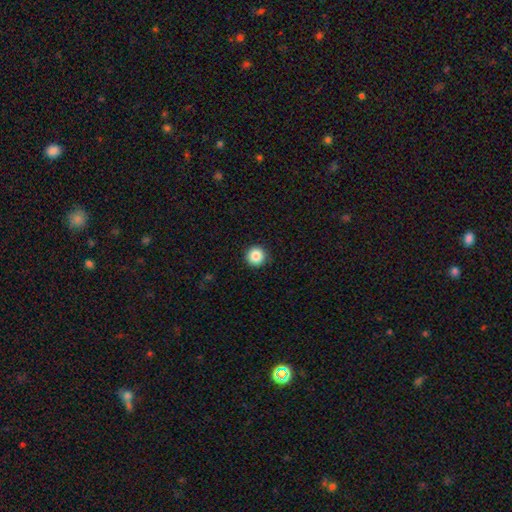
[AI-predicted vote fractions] A smooth galaxy with no disk features (86%) that is round (96%).

Vote fractions:
- Smooth or featured? smooth: 86% / star or artifact: 10% / featured or disk: 4%
- How rounded? round: 96% / in between: 3% / cigar-shaped: 1%
- Merging? none: 91% / minor disturbance: 6% / major disturbance: 2% / merger: 1%